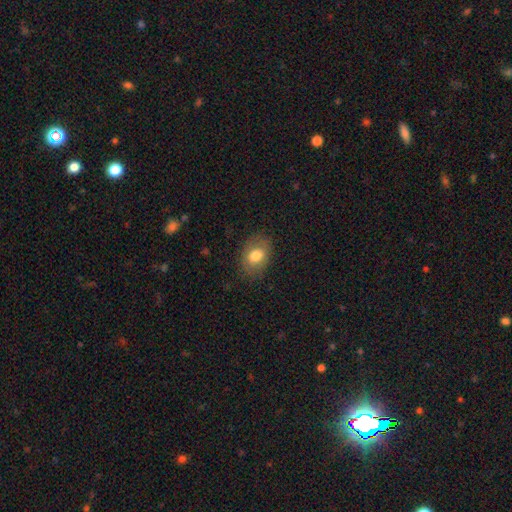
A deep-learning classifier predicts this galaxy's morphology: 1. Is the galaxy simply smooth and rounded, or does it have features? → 76% smooth, 16% featured or disk, 9% star or artifact.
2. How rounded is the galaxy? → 74% in between, 25% round, 1% cigar-shaped.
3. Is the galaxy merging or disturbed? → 81% none, 14% minor disturbance, 4% major disturbance, 1% merger.